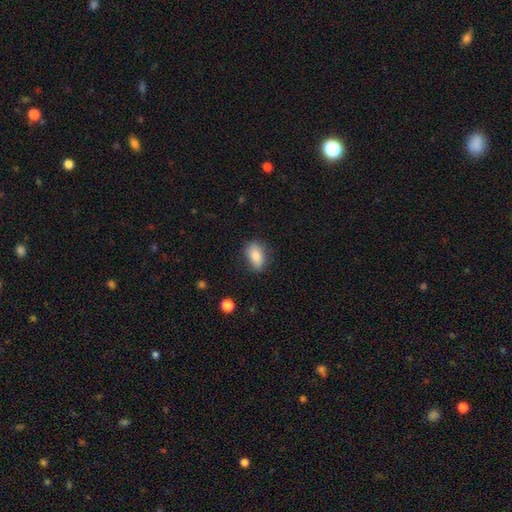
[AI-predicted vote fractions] smooth 81%, featured or disk 11%, star or artifact 8%. Down the decision tree: how rounded — in between (87%); merging — none (77%).